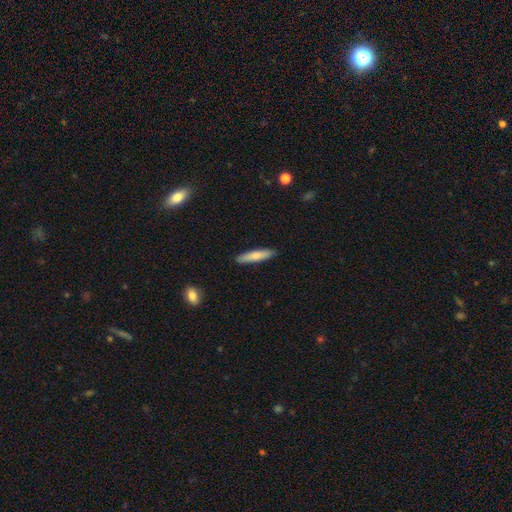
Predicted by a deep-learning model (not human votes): smooth-or-featured: smooth: 76% | featured or disk: 19% | star or artifact: 6%
  how-rounded: cigar-shaped: 85% | in between: 13% | round: 1%
  merging: none: 90% | minor disturbance: 7% | major disturbance: 1% | merger: 1%